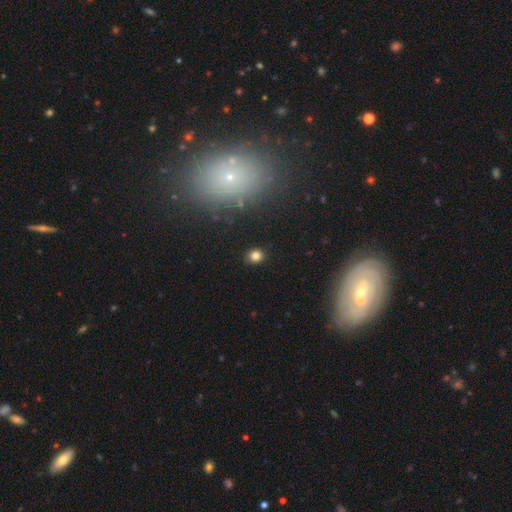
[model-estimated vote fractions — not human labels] Smooth or featured? Predicted: smooth (p=0.80). How rounded? Predicted: round (p=0.73). Merging? Predicted: none (p=0.88).